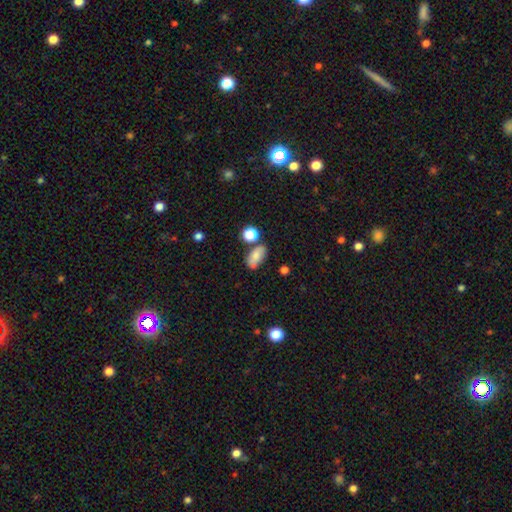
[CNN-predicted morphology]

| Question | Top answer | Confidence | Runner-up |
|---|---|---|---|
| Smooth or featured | smooth | 71% | featured or disk (18%) |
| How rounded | in between | 88% | round (9%) |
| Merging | none | 62% | minor disturbance (21%) |